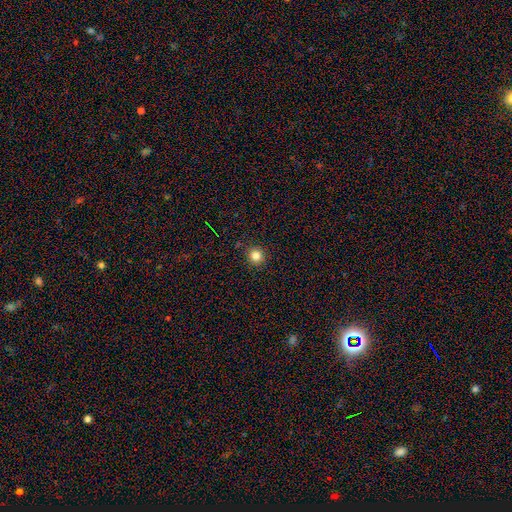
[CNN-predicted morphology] Smooth or featured? Predicted: smooth (p=0.82). How rounded? Predicted: round (p=0.93). Merging? Predicted: none (p=0.90).